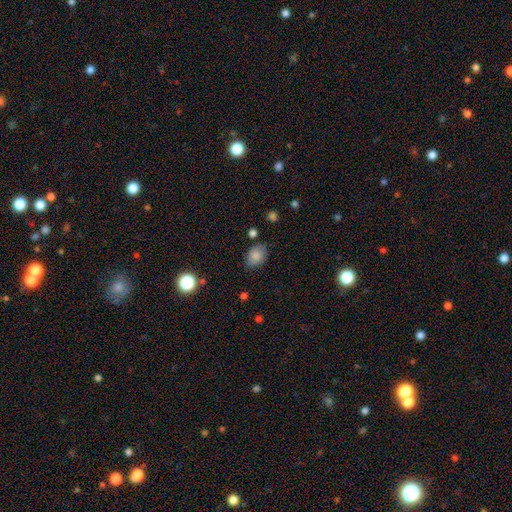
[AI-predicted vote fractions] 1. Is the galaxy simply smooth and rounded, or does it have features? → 83% smooth, 10% star or artifact, 7% featured or disk.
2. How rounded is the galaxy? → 69% in between, 30% round, 1% cigar-shaped.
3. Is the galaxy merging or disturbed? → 78% none, 16% minor disturbance, 4% major disturbance, 2% merger.